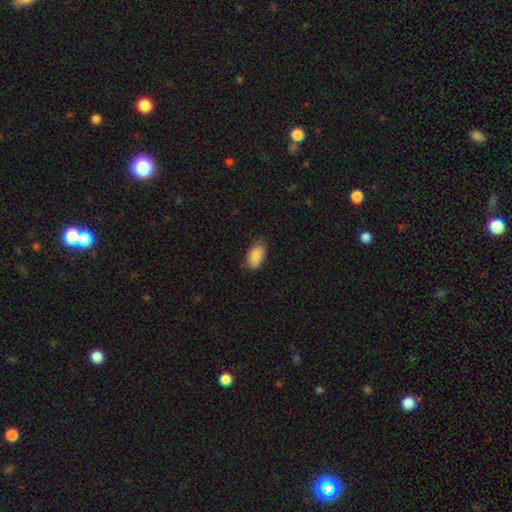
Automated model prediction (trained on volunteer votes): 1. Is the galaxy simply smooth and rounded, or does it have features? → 87% smooth, 7% star or artifact, 6% featured or disk.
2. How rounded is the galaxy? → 93% in between, 4% round, 3% cigar-shaped.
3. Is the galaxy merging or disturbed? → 70% none, 24% minor disturbance, 4% major disturbance, 1% merger.